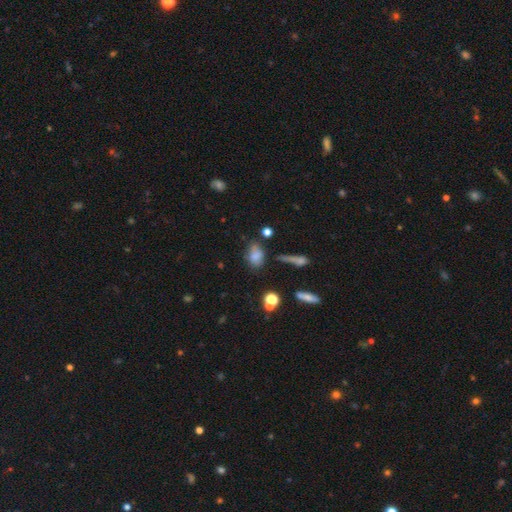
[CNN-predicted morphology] A smooth galaxy with no disk features (74%) that is in between round and cigar-shaped (77%). Merging: none (51%).